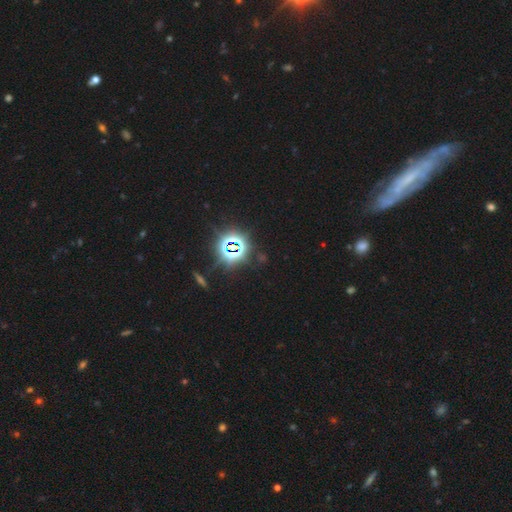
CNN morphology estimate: type=star or artifact (74%).